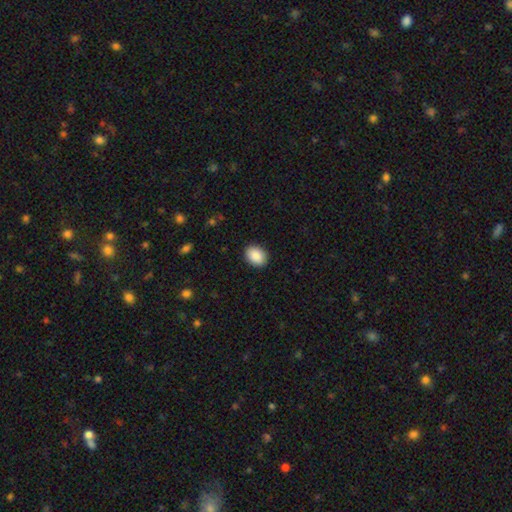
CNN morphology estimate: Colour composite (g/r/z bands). It shows a smooth galaxy with no disk features (89%) that is in between round and cigar-shaped (67%). Merging: none (90%).